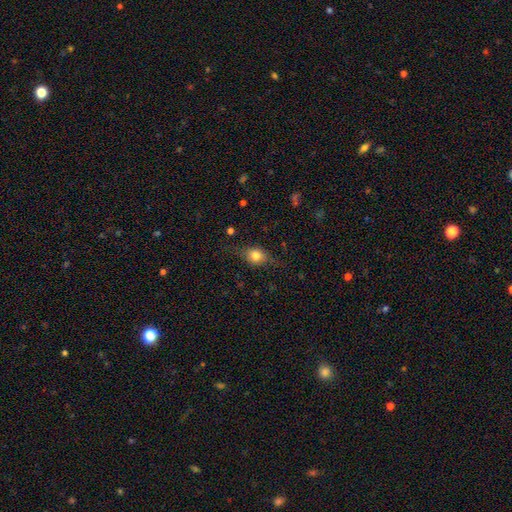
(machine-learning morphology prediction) smooth 66%, featured or disk 23%, star or artifact 11%. Down the decision tree: how rounded — round (51%); merging — none (72%).